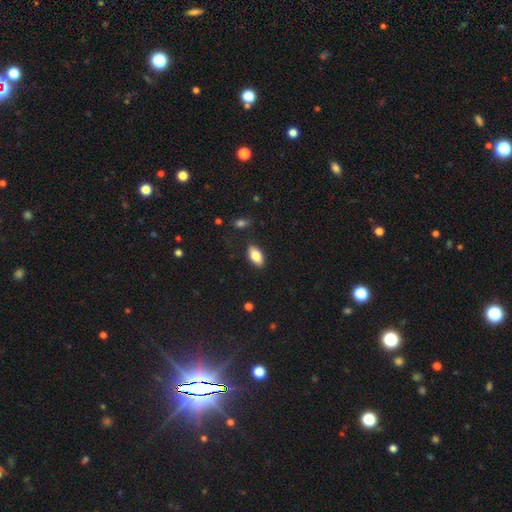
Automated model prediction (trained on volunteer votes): smooth-or-featured: smooth: 81% | featured or disk: 12% | star or artifact: 7%
  how-rounded: in between: 90% | cigar-shaped: 7% | round: 3%
  merging: none: 86% | minor disturbance: 10% | major disturbance: 2% | merger: 2%